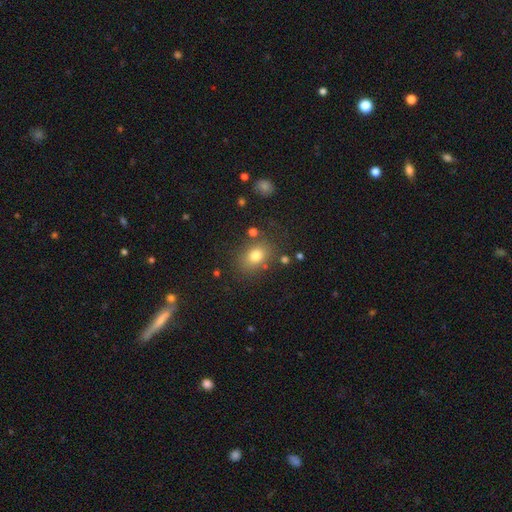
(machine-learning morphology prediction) Smooth or featured? smooth (77%)
How rounded? in between (60%)
Merging? none (76%)